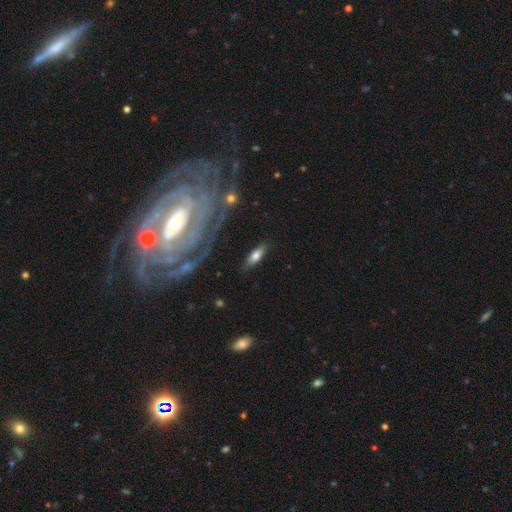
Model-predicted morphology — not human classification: Smooth or featured?
  - smooth: 63% *
  - featured or disk: 30%
  - star or artifact: 6%
How rounded?
  - in between: 62% *
  - cigar-shaped: 36%
  - round: 3%
Merging?
  - none: 80% *
  - minor disturbance: 13%
  - major disturbance: 4%
  - merger: 3%